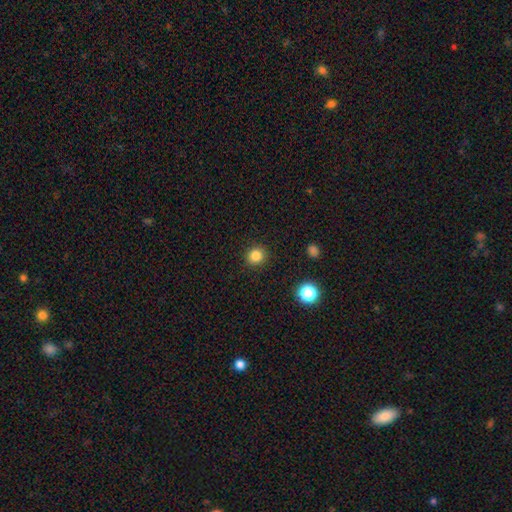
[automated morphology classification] A smooth galaxy with no disk features (83%) that is round (90%).

Vote fractions:
- Smooth or featured? smooth: 83% / star or artifact: 12% / featured or disk: 5%
- How rounded? round: 90% / in between: 9% / cigar-shaped: 1%
- Merging? none: 91% / minor disturbance: 6% / major disturbance: 2% / merger: 1%